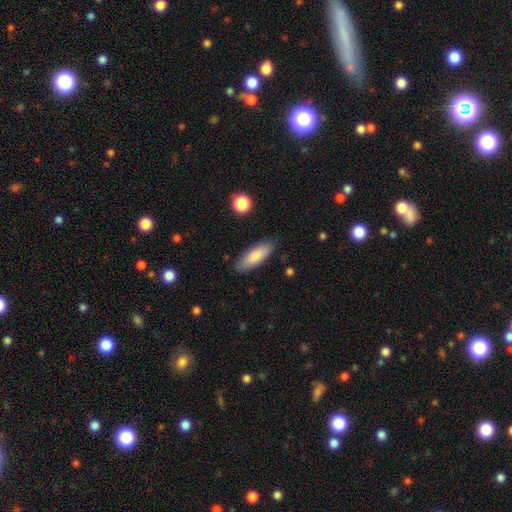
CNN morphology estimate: Smooth or featured? smooth (83%)
How rounded? in between (62%)
Merging? none (85%)